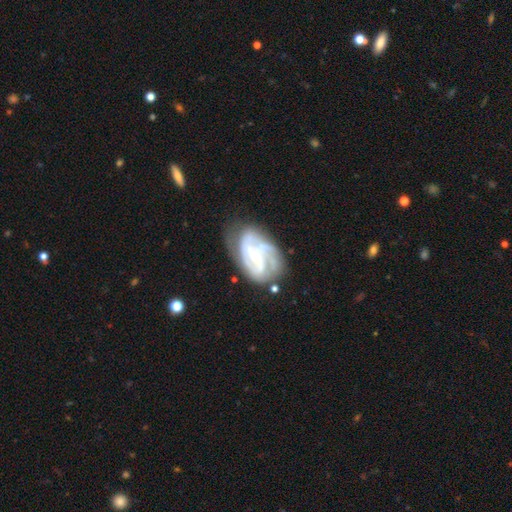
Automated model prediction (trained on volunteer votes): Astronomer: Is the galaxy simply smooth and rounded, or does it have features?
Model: featured or disk — 86%.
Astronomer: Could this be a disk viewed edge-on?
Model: no — 97%.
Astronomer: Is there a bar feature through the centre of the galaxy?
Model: no — 50% (runner-up: weak, 37%).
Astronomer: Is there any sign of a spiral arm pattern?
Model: yes — 95%.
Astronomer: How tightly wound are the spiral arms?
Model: tight — 50% (runner-up: medium, 40%).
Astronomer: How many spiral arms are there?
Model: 3 — 36% (runner-up: 2, 22%).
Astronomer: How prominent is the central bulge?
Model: small — 68%.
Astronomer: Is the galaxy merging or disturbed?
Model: none — 61%.